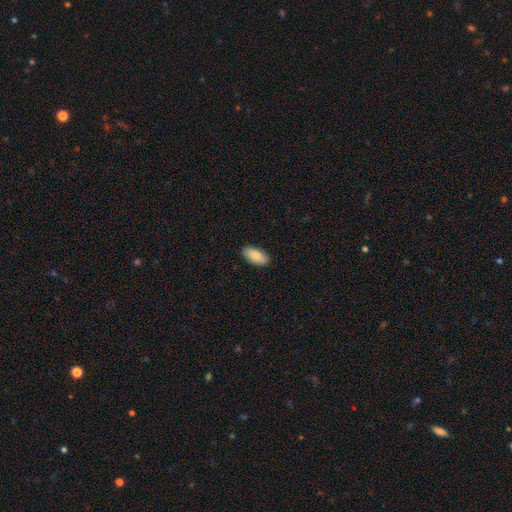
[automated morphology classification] smooth 82%, featured or disk 12%, star or artifact 6%. Down the decision tree: how rounded — in between (93%); merging — none (88%).